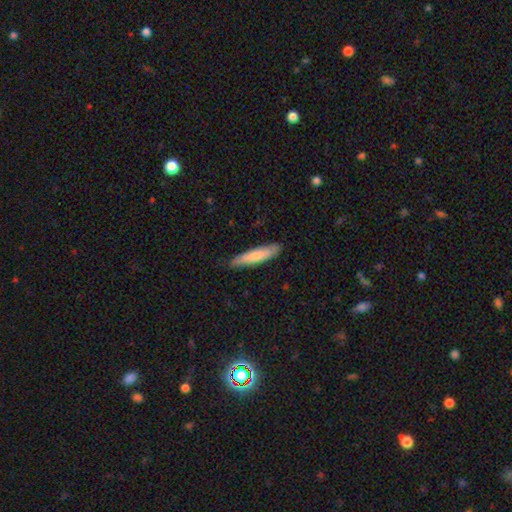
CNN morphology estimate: Q: Smooth or featured?
A: smooth (74%); runner-up: featured or disk (21%)
Q: How rounded?
A: cigar-shaped (83%); runner-up: in between (16%)
Q: Merging?
A: none (83%); runner-up: minor disturbance (14%)